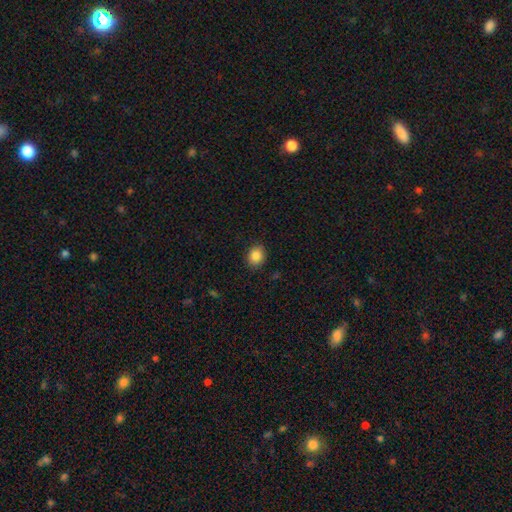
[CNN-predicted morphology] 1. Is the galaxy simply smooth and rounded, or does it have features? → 87% smooth, 9% star or artifact, 4% featured or disk.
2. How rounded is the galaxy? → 55% round, 45% in between, 1% cigar-shaped.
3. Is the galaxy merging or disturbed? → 88% none, 8% minor disturbance, 2% major disturbance, 1% merger.